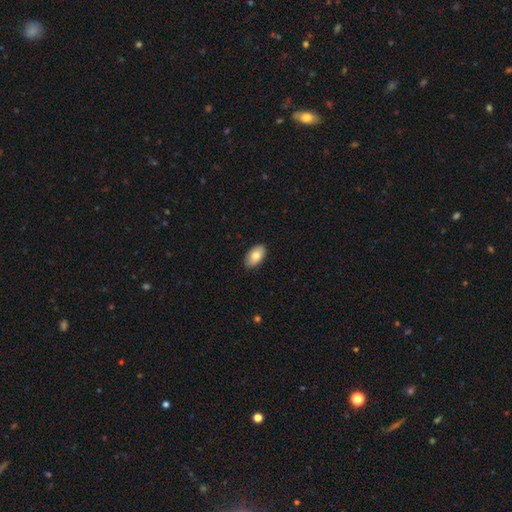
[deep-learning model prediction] This is likely a smooth galaxy (80%). How rounded: clearly in between (94%). Merging: clearly none (88%).